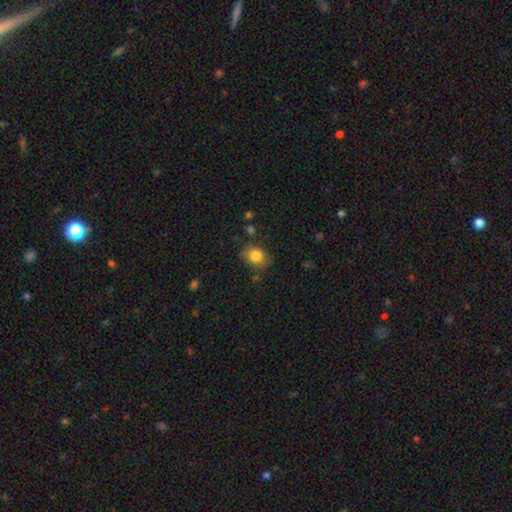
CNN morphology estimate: type=smooth (83%); roundness=round (68%); merging=none (70%).